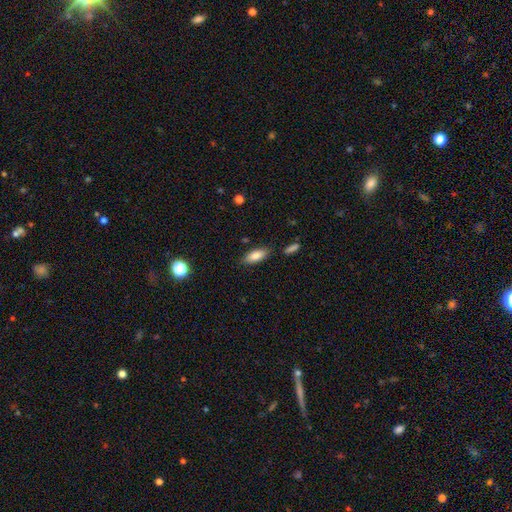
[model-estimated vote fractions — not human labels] A smooth galaxy with no disk features (83%) that is in between round and cigar-shaped (71%).

Vote fractions:
- Smooth or featured? smooth: 83% / featured or disk: 10% / star or artifact: 7%
- How rounded? in between: 71% / cigar-shaped: 27% / round: 2%
- Merging? none: 81% / minor disturbance: 12% / merger: 4% / major disturbance: 3%